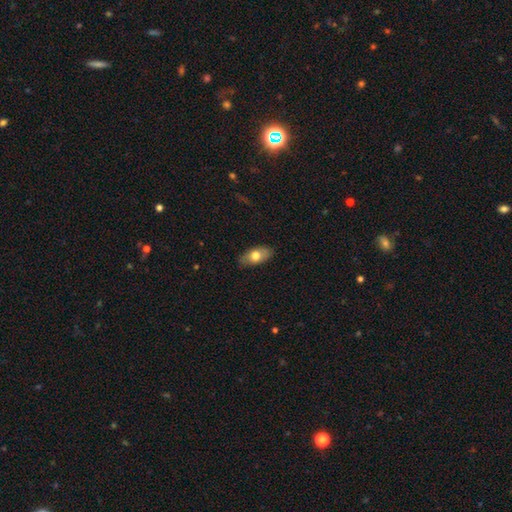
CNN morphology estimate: Smooth or featured? smooth (69%)
How rounded? in between (89%)
Merging? none (82%)